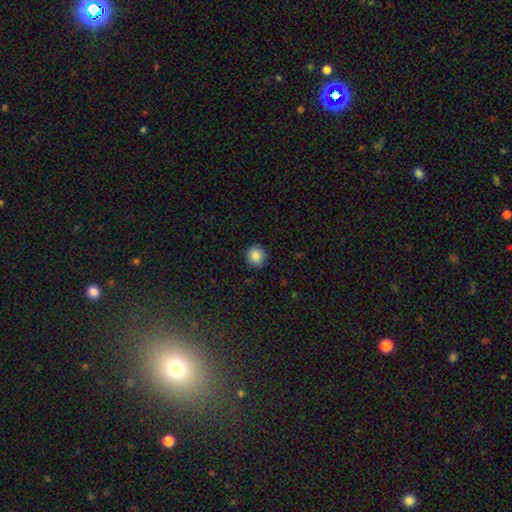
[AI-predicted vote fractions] Smooth or featured?
  - smooth: 87% *
  - star or artifact: 9%
  - featured or disk: 4%
How rounded?
  - round: 89% *
  - in between: 10%
  - cigar-shaped: 1%
Merging?
  - none: 87% *
  - minor disturbance: 10%
  - major disturbance: 2%
  - merger: 1%